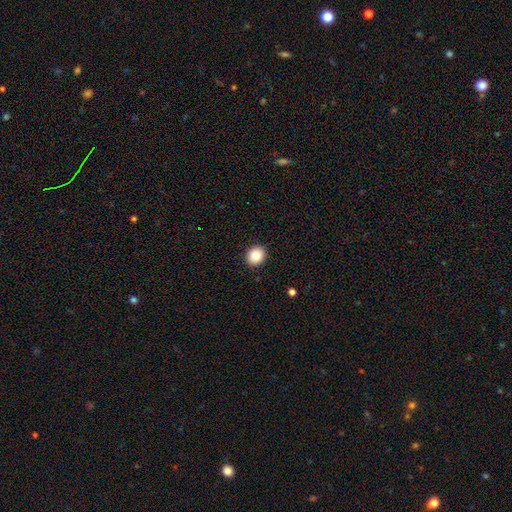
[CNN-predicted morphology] Overall: smooth (86%). How rounded: round (77%). Merging: none (91%).